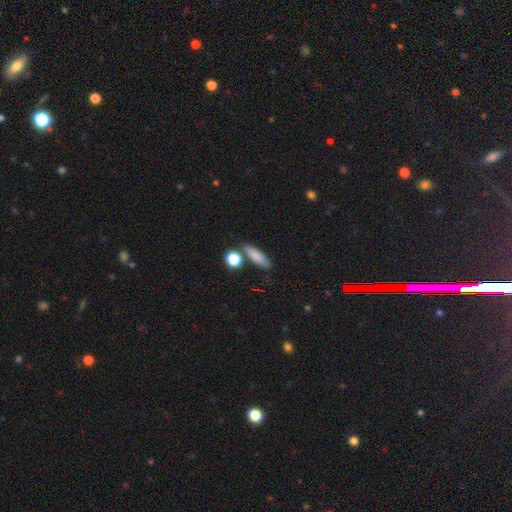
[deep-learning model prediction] Q: Smooth or featured?
A: smooth (82%); runner-up: featured or disk (10%)
Q: How rounded?
A: cigar-shaped (44%); runner-up: in between (43%)
Q: Merging?
A: none (75%); runner-up: minor disturbance (12%)